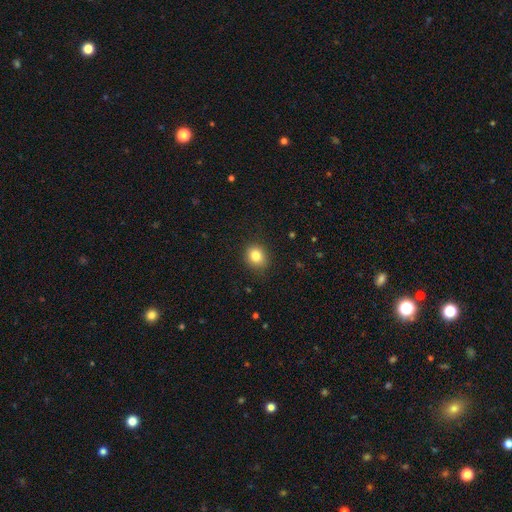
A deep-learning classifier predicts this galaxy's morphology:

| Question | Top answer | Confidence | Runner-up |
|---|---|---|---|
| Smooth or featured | smooth | 83% | star or artifact (11%) |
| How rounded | round | 70% | in between (29%) |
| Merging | none | 86% | minor disturbance (11%) |